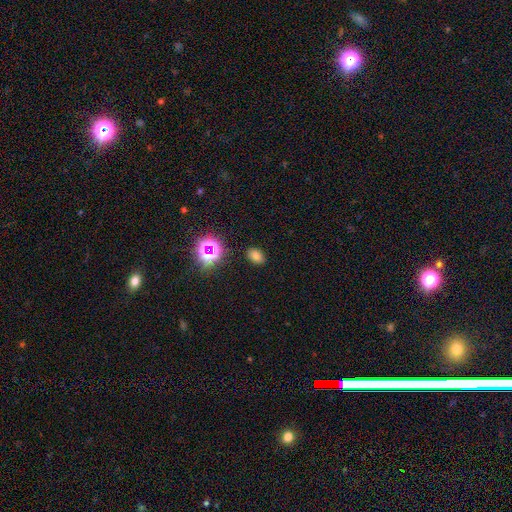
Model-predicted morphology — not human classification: Smooth or featured? smooth (71%)
How rounded? in between (79%)
Merging? none (87%)